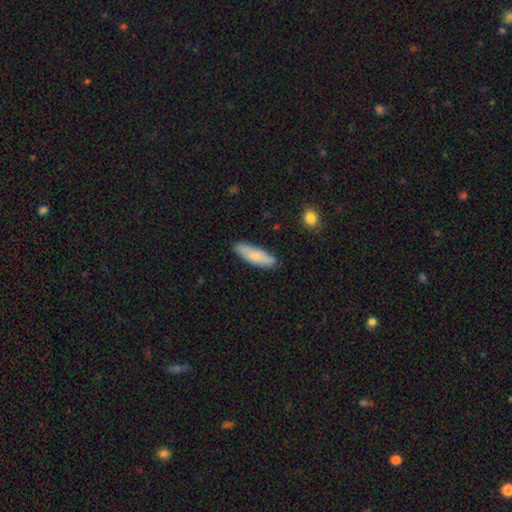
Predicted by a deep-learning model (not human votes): A smooth galaxy with no disk features (72%) that is cigar-shaped (51%).

Vote fractions:
- Smooth or featured? smooth: 72% / featured or disk: 22% / star or artifact: 6%
- How rounded? cigar-shaped: 51% / in between: 47% / round: 2%
- Merging? none: 80% / minor disturbance: 16% / major disturbance: 2% / merger: 2%